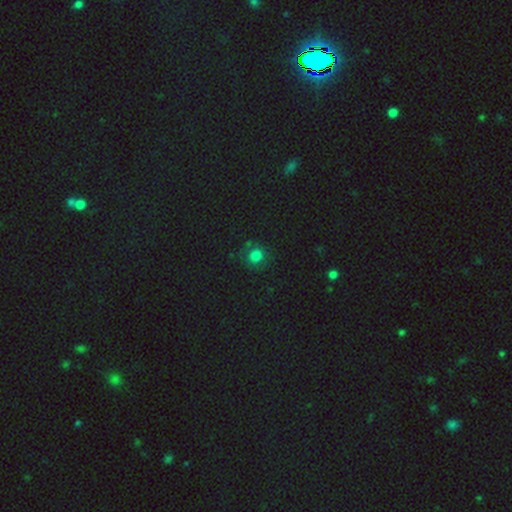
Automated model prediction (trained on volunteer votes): smooth_or_featured: smooth (p=0.69) [alt: star or artifact p=0.22]
how_rounded: round (p=0.87) [alt: in between p=0.12]
merging: none (p=0.78) [alt: minor disturbance p=0.13]